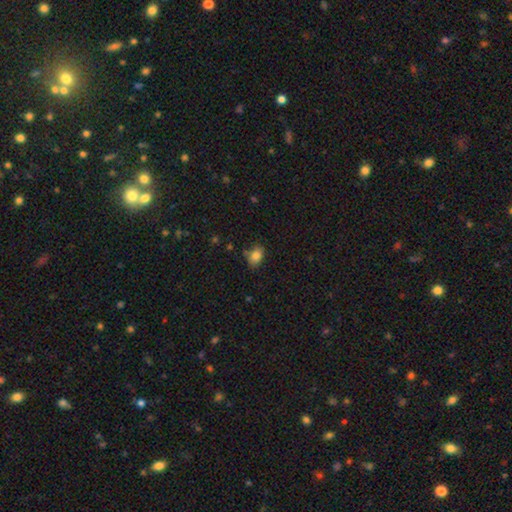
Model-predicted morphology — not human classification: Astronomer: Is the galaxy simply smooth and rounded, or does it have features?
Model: smooth — 83%.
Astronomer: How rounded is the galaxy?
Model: in between — 81%.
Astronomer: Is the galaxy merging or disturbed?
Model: none — 75%.